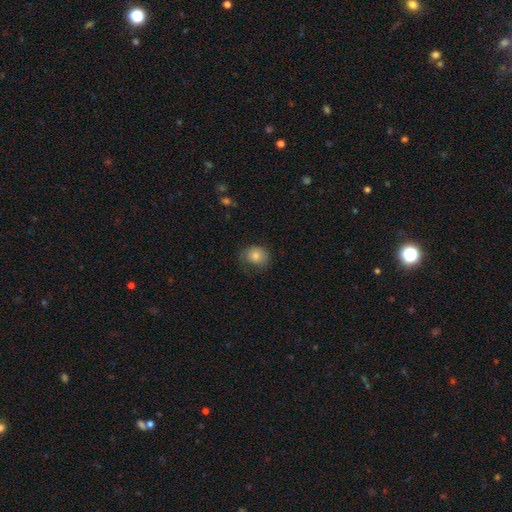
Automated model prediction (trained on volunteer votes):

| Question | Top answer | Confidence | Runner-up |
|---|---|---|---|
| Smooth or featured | smooth | 79% | featured or disk (12%) |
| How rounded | round | 66% | in between (33%) |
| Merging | none | 63% | minor disturbance (25%) |